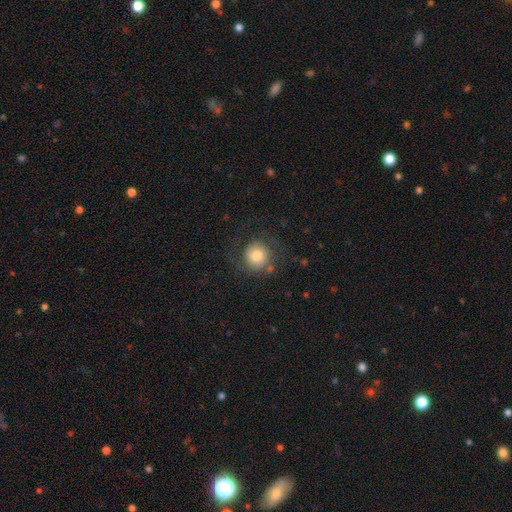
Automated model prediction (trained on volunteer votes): Smooth or featured? smooth (61%)
How rounded? round (90%)
Merging? none (70%)